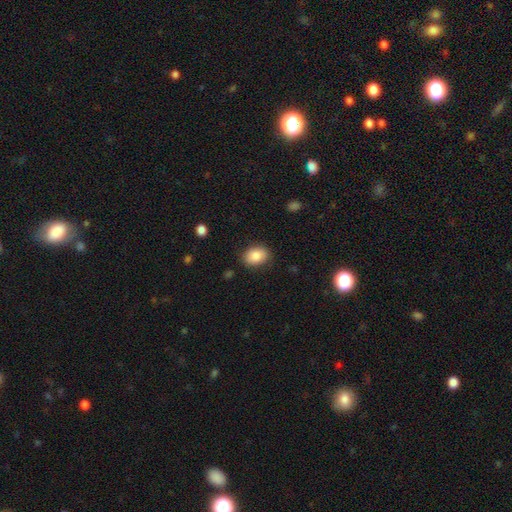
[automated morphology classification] type=smooth (86%); roundness=in between (74%); merging=none (85%).